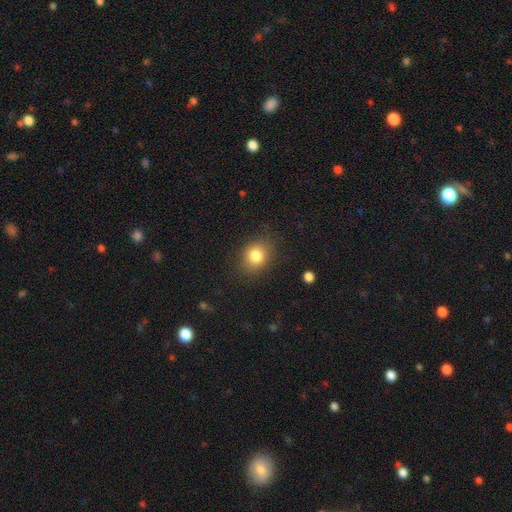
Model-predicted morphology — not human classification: Overall: smooth (81%). How rounded: round (58%; in between 41%). Merging: none (84%).